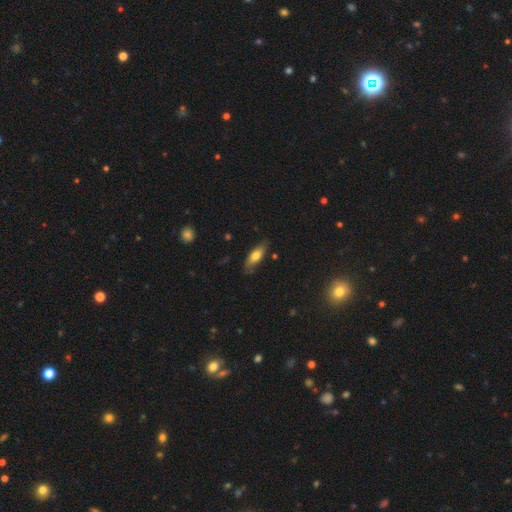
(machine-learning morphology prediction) A smooth galaxy with no disk features (69%) that is in between round and cigar-shaped (71%). Merging: none (74%).